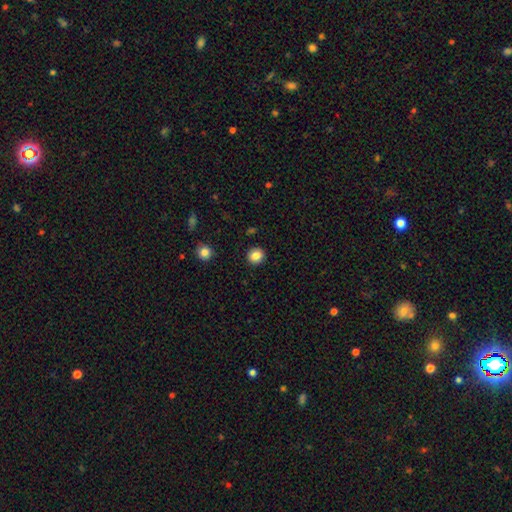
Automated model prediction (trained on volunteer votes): A smooth galaxy with no disk features (85%) that is round (88%).

Vote fractions:
- Smooth or featured? smooth: 85% / star or artifact: 10% / featured or disk: 5%
- How rounded? round: 88% / in between: 11% / cigar-shaped: 1%
- Merging? none: 92% / minor disturbance: 5% / major disturbance: 2% / merger: 1%